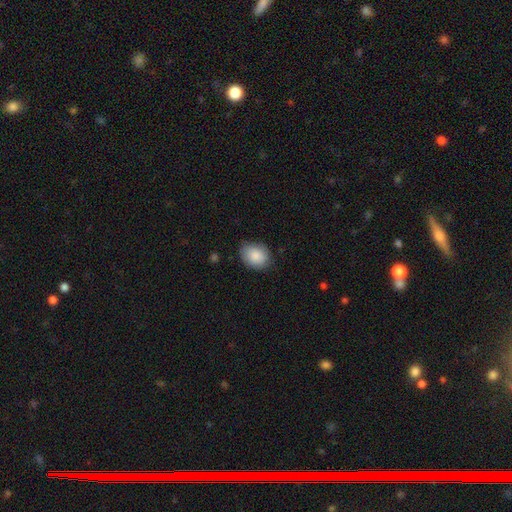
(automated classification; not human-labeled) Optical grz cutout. It shows a smooth galaxy with no disk features (88%) that is in between round and cigar-shaped (63%). Merging: none (75%).